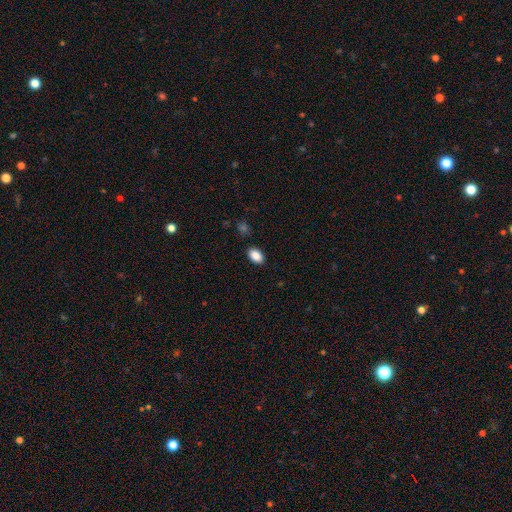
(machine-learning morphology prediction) smooth-or-featured: smooth: 88% | star or artifact: 8% | featured or disk: 4%
  how-rounded: in between: 89% | round: 9% | cigar-shaped: 1%
  merging: none: 88% | minor disturbance: 8% | major disturbance: 2% | merger: 1%